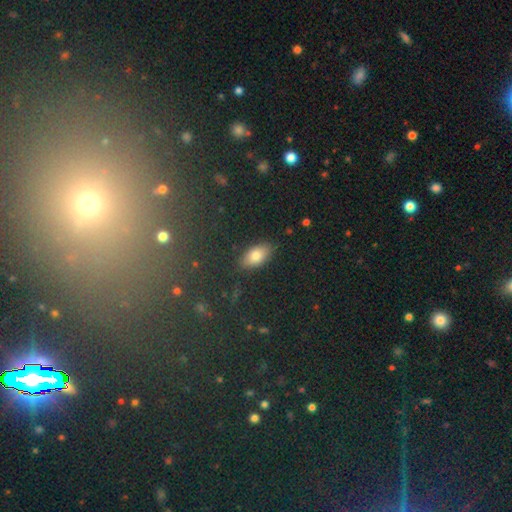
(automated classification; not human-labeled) Q: Smooth or featured?
A: smooth (78%); runner-up: star or artifact (11%)
Q: How rounded?
A: in between (89%); runner-up: cigar-shaped (5%)
Q: Merging?
A: none (85%); runner-up: minor disturbance (10%)